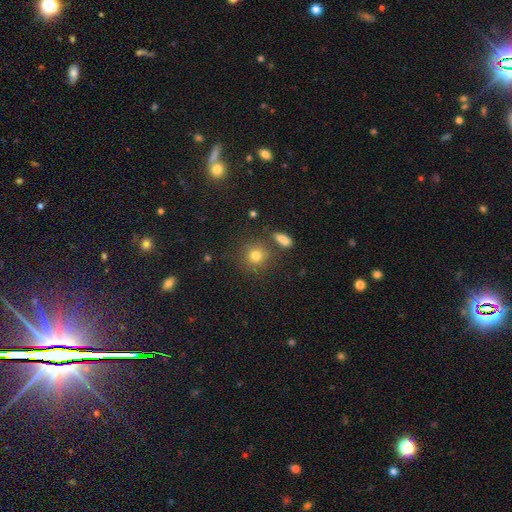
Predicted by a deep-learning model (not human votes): Smooth or featured? Predicted: smooth (p=0.78). How rounded? Predicted: round (p=0.88). Merging? Predicted: none (p=0.76).